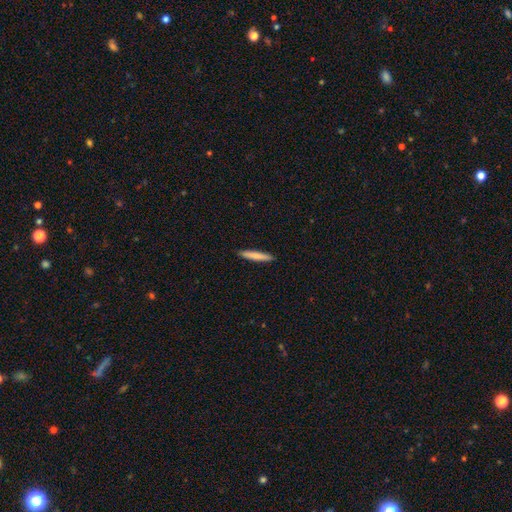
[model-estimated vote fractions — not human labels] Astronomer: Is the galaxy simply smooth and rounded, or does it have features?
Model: smooth — 81%.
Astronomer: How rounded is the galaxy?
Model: cigar-shaped — 94%.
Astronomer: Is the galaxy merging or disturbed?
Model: none — 92%.